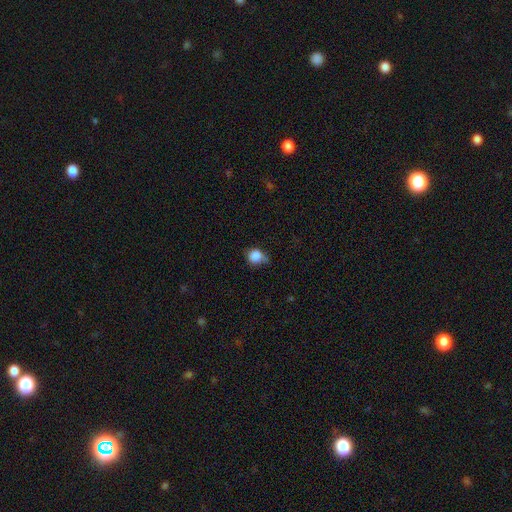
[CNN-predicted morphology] Smooth or featured: smooth — 84% (star or artifact — 10%)
How rounded: round — 80% (in between — 19%)
Merging: none — 49% (minor disturbance — 36%)